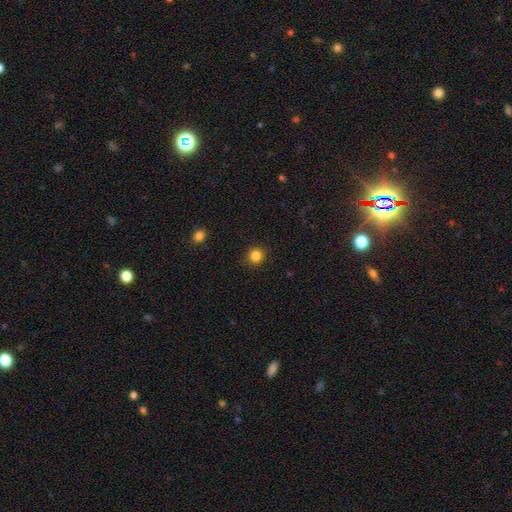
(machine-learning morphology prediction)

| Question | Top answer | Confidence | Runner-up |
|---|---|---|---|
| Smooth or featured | smooth | 84% | star or artifact (12%) |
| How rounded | round | 91% | in between (8%) |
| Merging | none | 91% | minor disturbance (6%) |